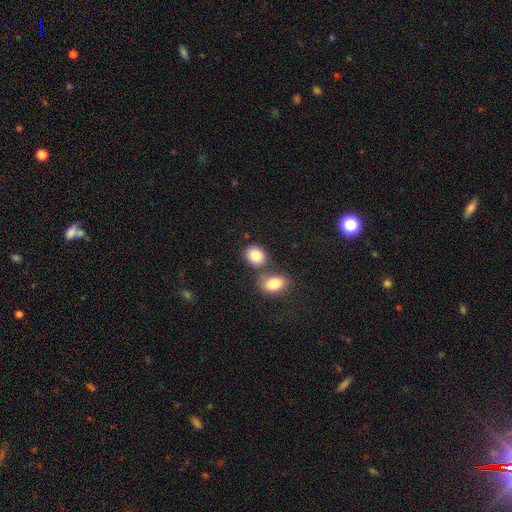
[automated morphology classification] This appears to be a smooth galaxy with no disk features (84%) that is round (50%). Merging: none (52%).